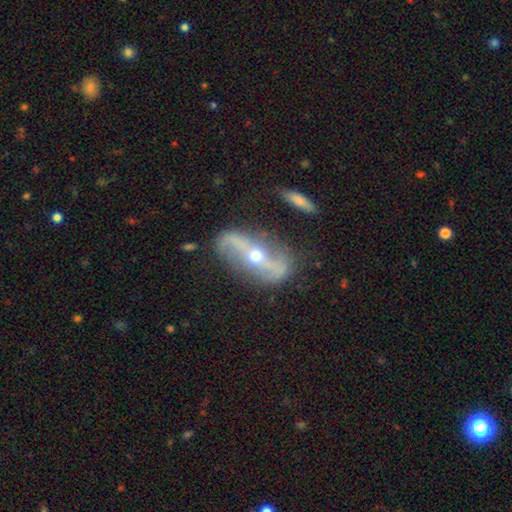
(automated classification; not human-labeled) Morphology: type=featured or disk (85%); edge-on=no (88%); bar=strong (52%); spiral arms=yes (86%); winding=loose (71%); arm count=2 (91%); bulge=small (49%); merging=none (74%).